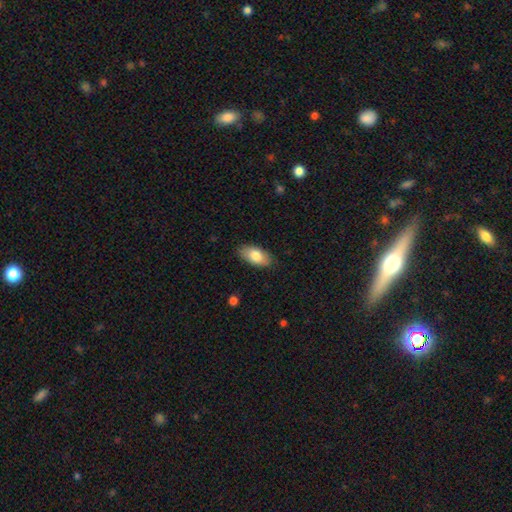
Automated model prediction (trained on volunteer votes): A smooth galaxy with no disk features (81%) that is in between round and cigar-shaped (93%). Merging: none (85%).